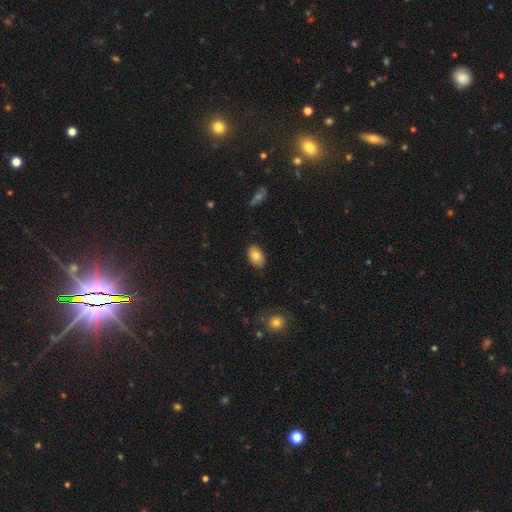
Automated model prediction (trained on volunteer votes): Smooth or featured: smooth — 79% (featured or disk — 13%)
How rounded: in between — 90% (round — 9%)
Merging: none — 86% (minor disturbance — 11%)